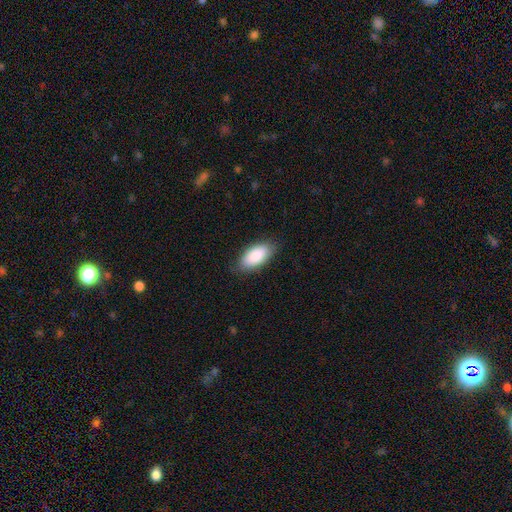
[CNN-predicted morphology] smooth 88%, featured or disk 6%, star or artifact 6%. Down the decision tree: how rounded — in between (93%); merging — none (82%).